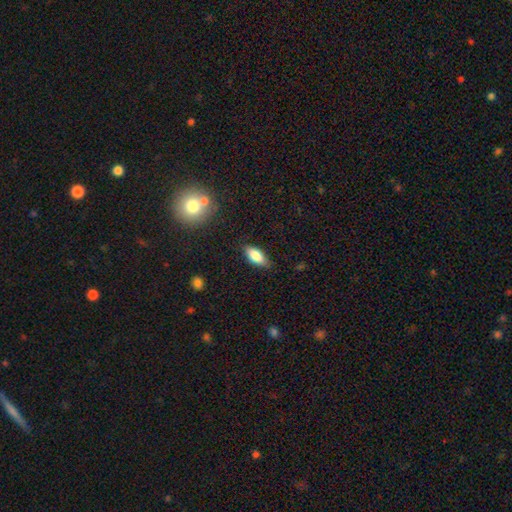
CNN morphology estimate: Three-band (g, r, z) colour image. It shows a smooth galaxy with no disk features (83%) that is in between round and cigar-shaped (85%). Merging: none (83%).